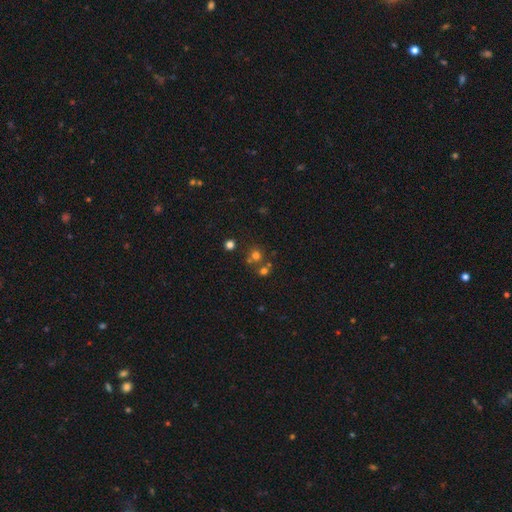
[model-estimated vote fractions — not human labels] A smooth galaxy with no disk features (65%) that is round (88%). Merging: none (60%).